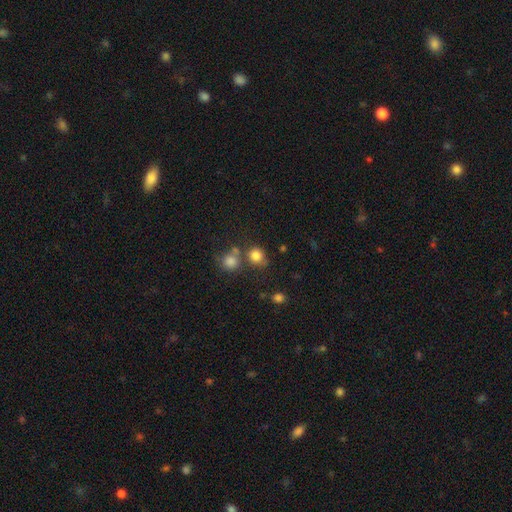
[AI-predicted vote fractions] Q: Smooth or featured?
A: smooth (80%); runner-up: star or artifact (13%)
Q: How rounded?
A: round (83%); runner-up: in between (16%)
Q: Merging?
A: none (63%); runner-up: merger (20%)